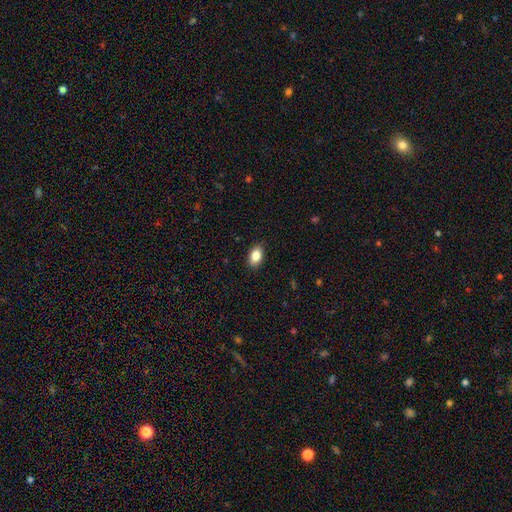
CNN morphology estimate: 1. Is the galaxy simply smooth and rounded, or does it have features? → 85% smooth, 8% star or artifact, 7% featured or disk.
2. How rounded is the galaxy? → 88% in between, 10% round, 2% cigar-shaped.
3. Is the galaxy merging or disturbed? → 88% none, 9% minor disturbance, 2% major disturbance, 1% merger.